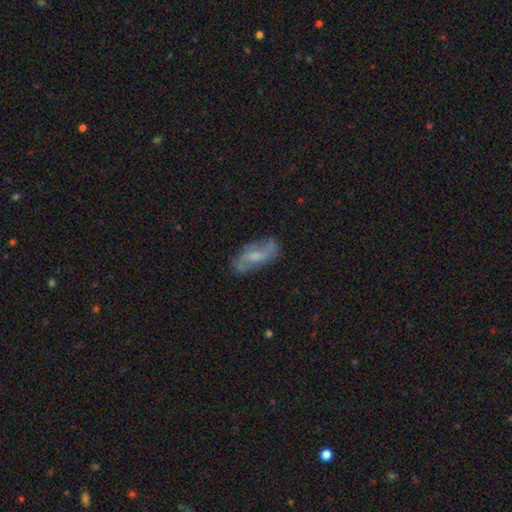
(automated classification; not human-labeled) A featured or disk galaxy (60%) with a weak bar (48%), spiral arms (81%) and a small central bulge (40%).

Vote fractions:
- Smooth or featured? featured or disk: 60% / smooth: 32% / star or artifact: 8%
- Edge-on disk? no: 89% / yes: 11%
- Bar? weak: 48% / no: 36% / strong: 17%
- Spiral arms? yes: 81% / no: 19%
- Bulge size? small: 40% / moderate: 38% / none: 17% / large: 4% / dominant: 1%
- Merging? none: 71% / minor disturbance: 20% / major disturbance: 7% / merger: 2%